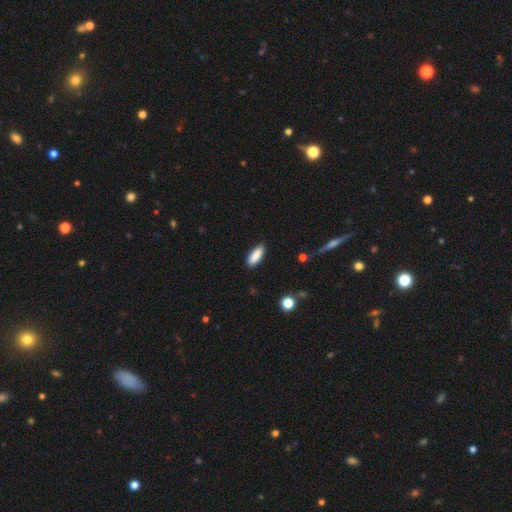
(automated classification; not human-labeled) A smooth galaxy with no disk features (88%) that is in between round and cigar-shaped (75%). Merging: none (87%).